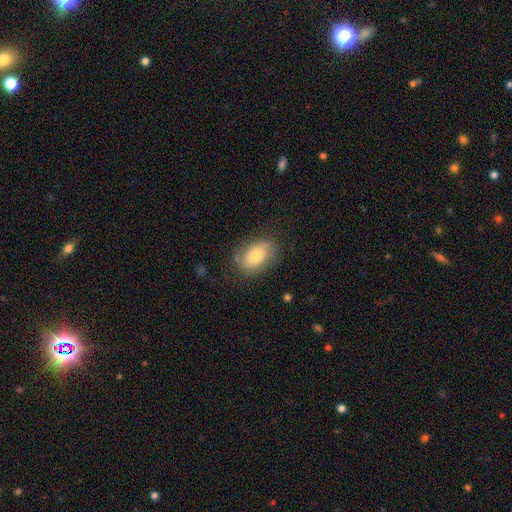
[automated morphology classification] Smooth or featured?
  - smooth: 57% *
  - featured or disk: 35%
  - star or artifact: 8%
How rounded?
  - in between: 83% *
  - round: 15%
  - cigar-shaped: 1%
Merging?
  - none: 71% *
  - minor disturbance: 20%
  - major disturbance: 8%
  - merger: 1%